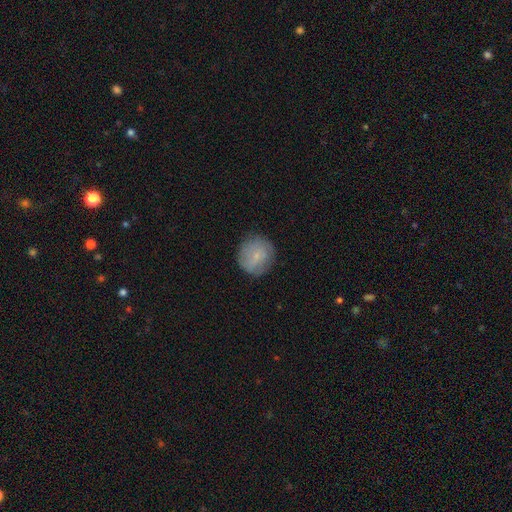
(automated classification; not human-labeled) smooth-or-featured: smooth: 68% | featured or disk: 24% | star or artifact: 8%
  how-rounded: round: 87% | in between: 12% | cigar-shaped: 1%
  merging: none: 79% | minor disturbance: 15% | major disturbance: 5% | merger: 1%